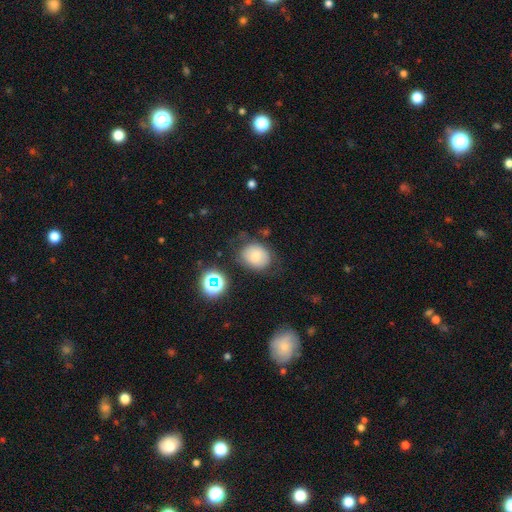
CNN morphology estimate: Smooth or featured? smooth (73%)
How rounded? round (56%)
Merging? none (68%)